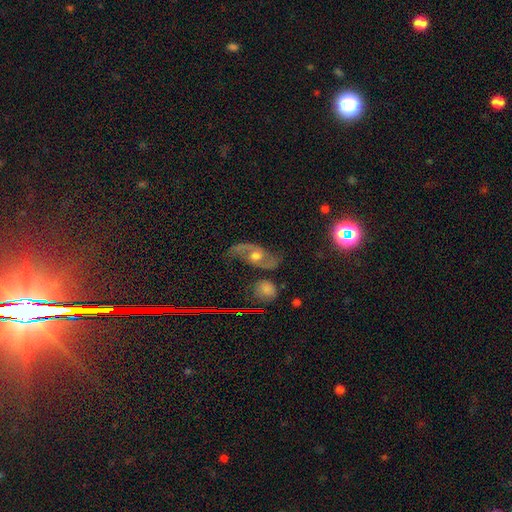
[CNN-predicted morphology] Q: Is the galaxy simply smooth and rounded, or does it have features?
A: featured or disk — 75%.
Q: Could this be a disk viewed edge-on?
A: no — 91%.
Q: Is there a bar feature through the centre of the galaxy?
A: no — 66%.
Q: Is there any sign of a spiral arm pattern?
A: yes — 86%.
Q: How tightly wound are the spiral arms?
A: loose — 56%.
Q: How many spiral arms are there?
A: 2 — 91%.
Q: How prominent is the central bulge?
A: moderate — 72%.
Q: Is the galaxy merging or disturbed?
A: none — 64%.